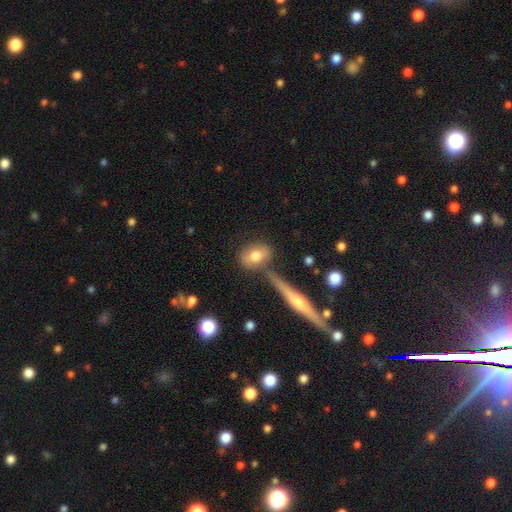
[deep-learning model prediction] This is likely a smooth galaxy (72%). How rounded: likely in between (62%). Merging: likely none (64%).